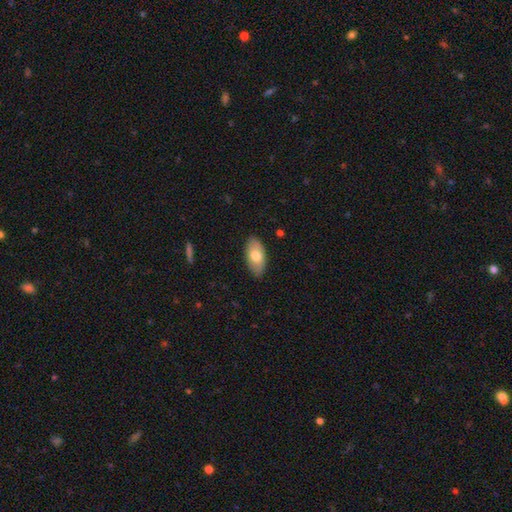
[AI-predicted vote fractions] Q: Smooth or featured?
A: smooth (73%); runner-up: featured or disk (21%)
Q: How rounded?
A: in between (94%); runner-up: cigar-shaped (3%)
Q: Merging?
A: none (86%); runner-up: minor disturbance (11%)